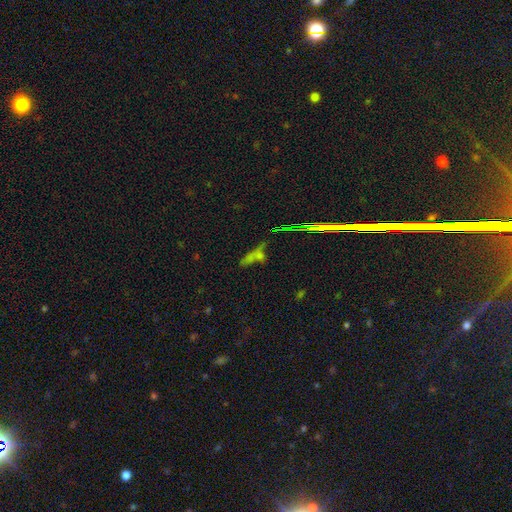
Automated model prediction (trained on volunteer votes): Smooth or featured? Predicted: smooth (p=0.44). Merging? Predicted: none (p=0.41).